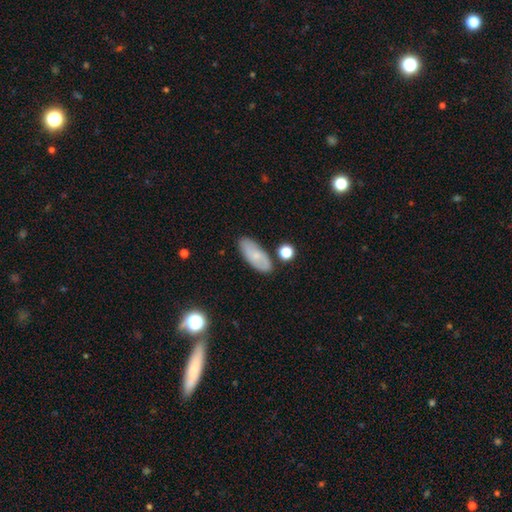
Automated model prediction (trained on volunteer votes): Smooth or featured? smooth (67%)
How rounded? in between (84%)
Merging? none (80%)